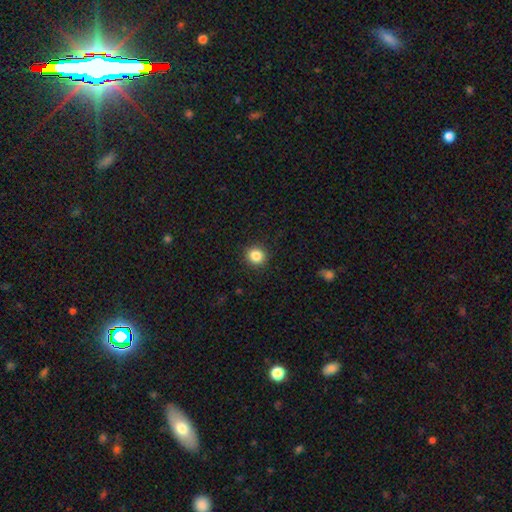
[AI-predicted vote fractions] The model was most divided on "smooth or featured": smooth: 86%, star or artifact: 10%, featured or disk: 4%. More confident: merging — none (91%); how rounded — round (89%).